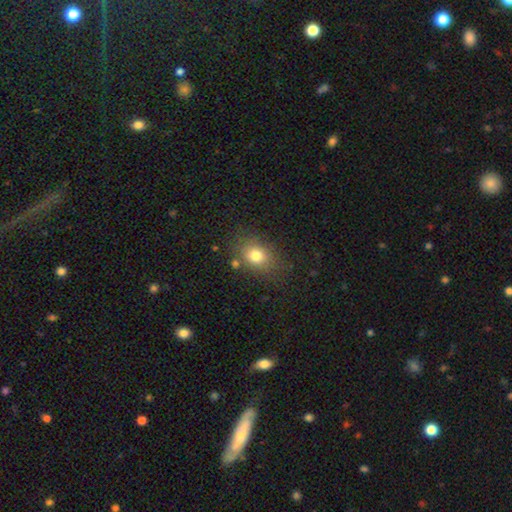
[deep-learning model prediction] A smooth galaxy with no disk features (77%) that is in between round and cigar-shaped (51%). Merging: none (75%).